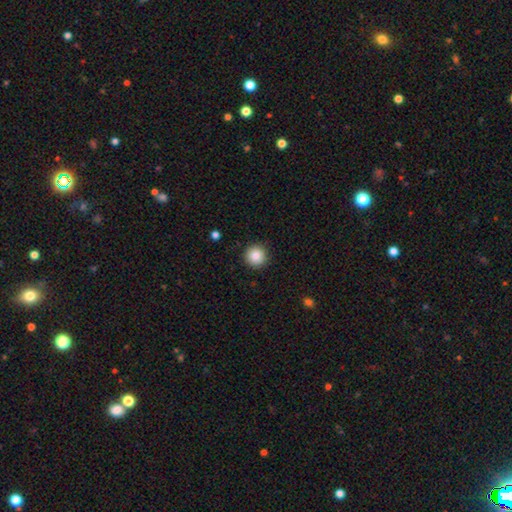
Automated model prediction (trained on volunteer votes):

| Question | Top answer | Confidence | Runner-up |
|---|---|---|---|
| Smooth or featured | smooth | 85% | star or artifact (9%) |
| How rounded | round | 96% | in between (3%) |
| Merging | none | 92% | minor disturbance (6%) |